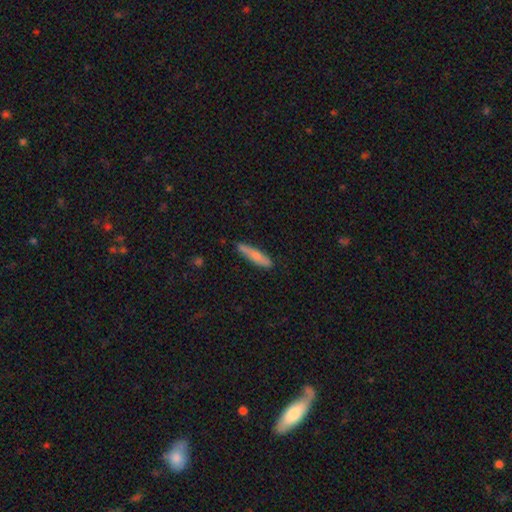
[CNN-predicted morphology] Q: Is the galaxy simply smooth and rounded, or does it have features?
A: smooth — 73%.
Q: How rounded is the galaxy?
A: cigar-shaped — 87%.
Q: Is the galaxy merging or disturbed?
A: none — 83%.